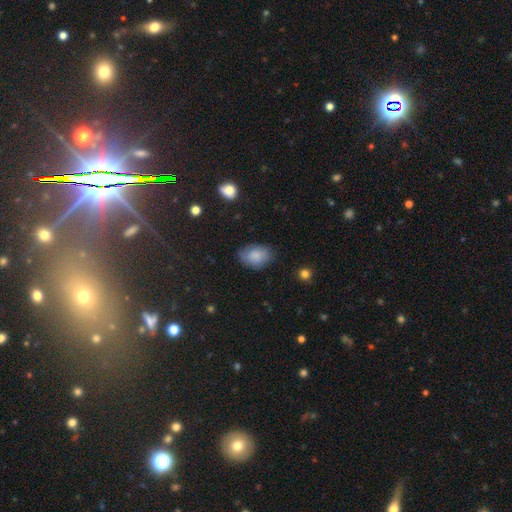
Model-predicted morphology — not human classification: This appears to be a smooth galaxy with no disk features (83%) that is in between round and cigar-shaped (83%). Merging: none (72%).